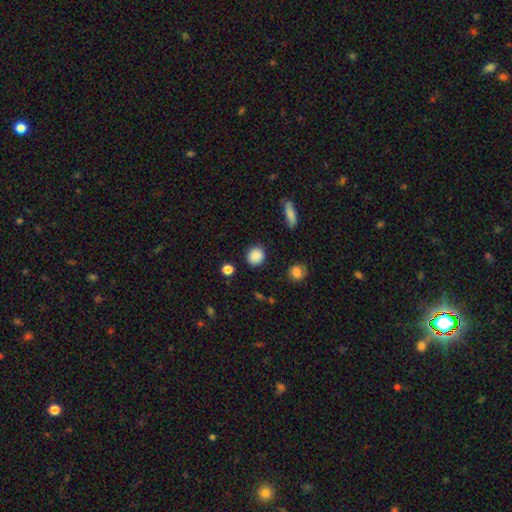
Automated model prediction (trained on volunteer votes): A smooth galaxy with no disk features (87%) that is round (84%). Merging: none (87%).